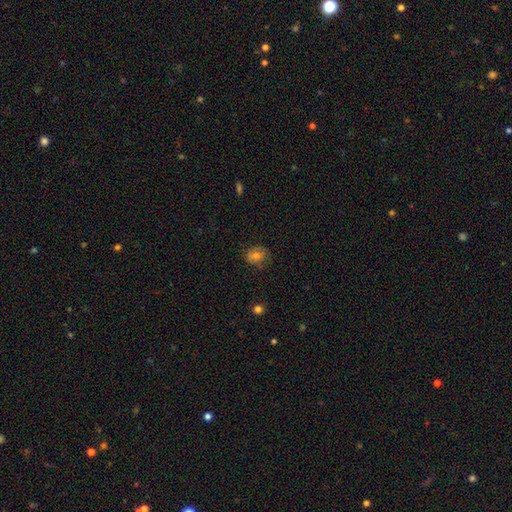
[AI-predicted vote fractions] A smooth galaxy with no disk features (67%) that is round (68%). Merging: none (78%).